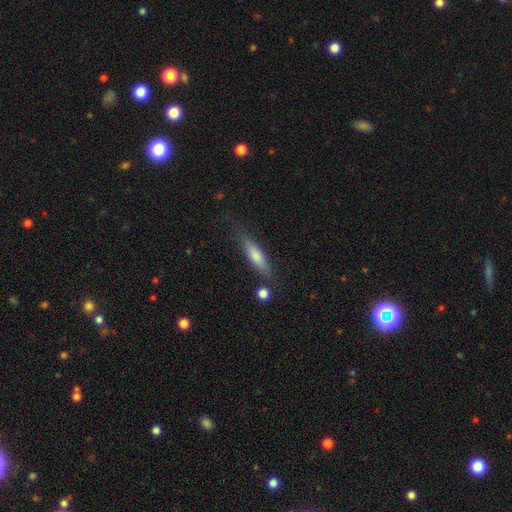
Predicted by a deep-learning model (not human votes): Smooth or featured? smooth (63%)
How rounded? cigar-shaped (77%)
Merging? none (71%)